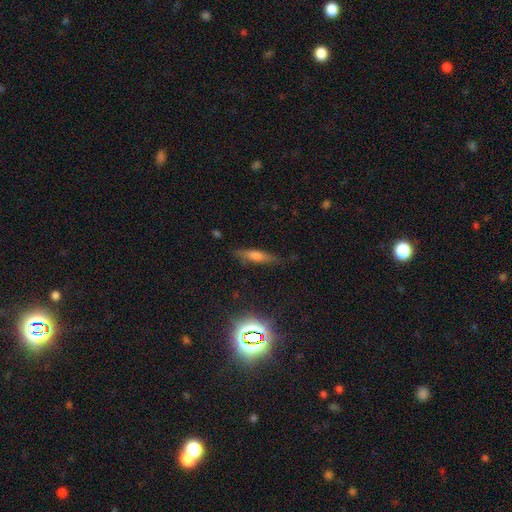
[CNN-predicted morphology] A smooth galaxy with no disk features (56%) that is cigar-shaped (73%).

Vote fractions:
- Smooth or featured? smooth: 56% / featured or disk: 30% / star or artifact: 14%
- How rounded? cigar-shaped: 73% / in between: 24% / round: 3%
- Merging? none: 79% / minor disturbance: 16% / major disturbance: 4% / merger: 2%